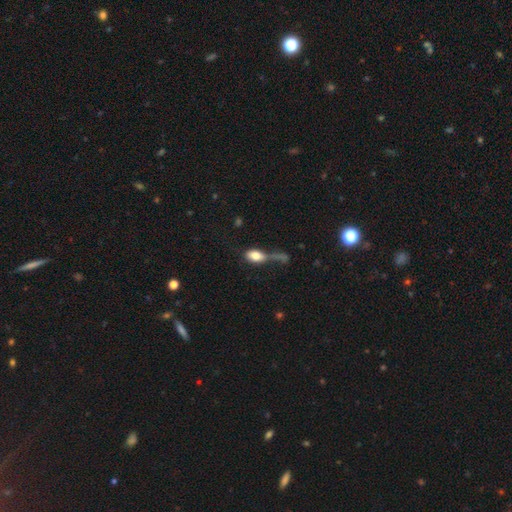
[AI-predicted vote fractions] smooth-or-featured: smooth: 76% | featured or disk: 16% | star or artifact: 8%
  how-rounded: in between: 83% | round: 11% | cigar-shaped: 6%
  merging: major disturbance: 38% | none: 22% | merger: 22% | minor disturbance: 17%